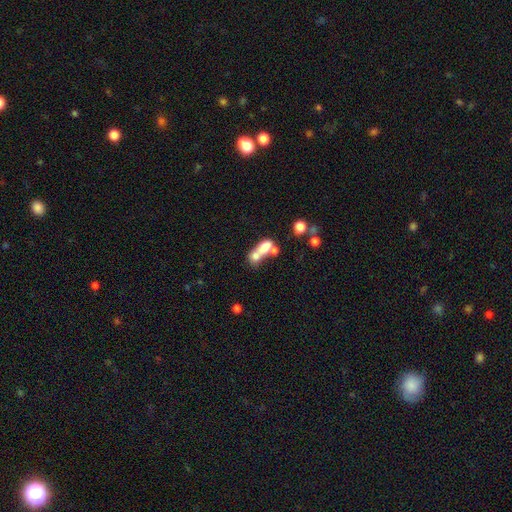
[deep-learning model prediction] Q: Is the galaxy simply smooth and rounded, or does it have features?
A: smooth — 62%.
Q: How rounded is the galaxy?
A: in between — 64%.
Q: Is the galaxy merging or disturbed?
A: merger — 68%.